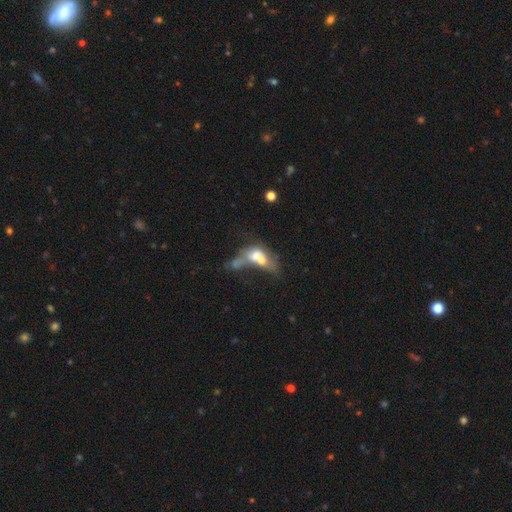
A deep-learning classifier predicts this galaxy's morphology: smooth_or_featured: smooth (p=0.46) [alt: featured or disk p=0.43]
merging: merger (p=0.63) [alt: major disturbance p=0.20]